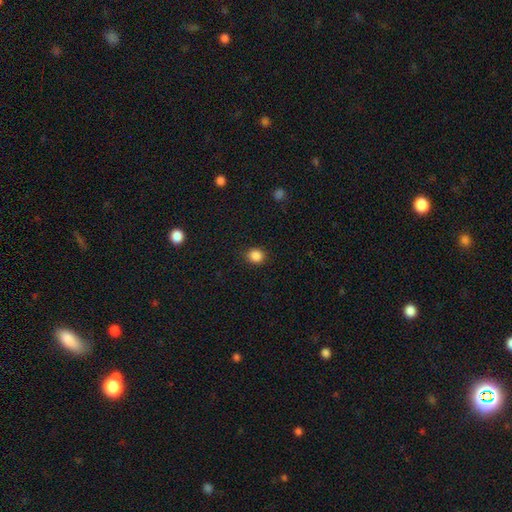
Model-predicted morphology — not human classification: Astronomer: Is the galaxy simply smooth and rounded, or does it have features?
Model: smooth — 86%.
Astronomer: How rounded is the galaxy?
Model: round — 79%.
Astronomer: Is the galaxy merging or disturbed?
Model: none — 89%.